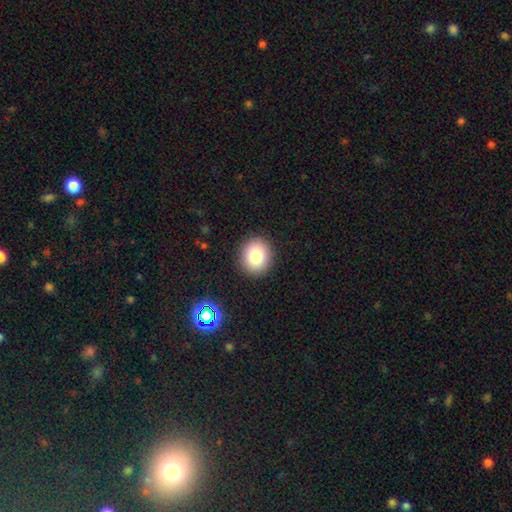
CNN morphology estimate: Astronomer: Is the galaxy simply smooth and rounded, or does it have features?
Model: smooth — 84%.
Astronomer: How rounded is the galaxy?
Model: round — 72%.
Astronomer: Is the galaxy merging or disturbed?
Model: none — 90%.